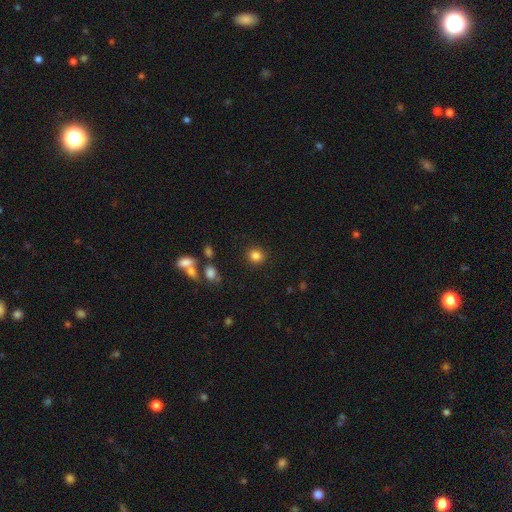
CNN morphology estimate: This is clearly a smooth galaxy (83%). How rounded: clearly round (85%). Merging: clearly none (87%).